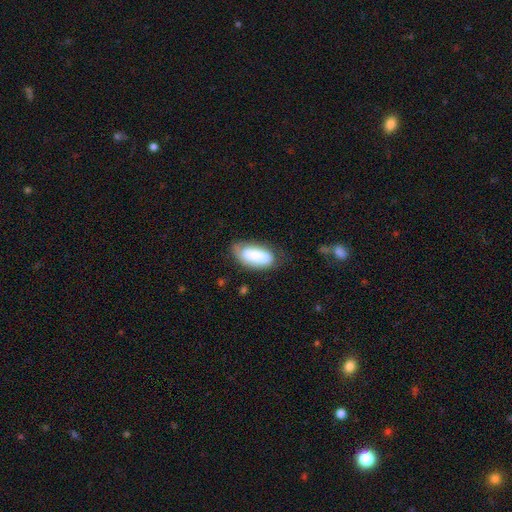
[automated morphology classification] Smooth or featured: smooth — 75% (featured or disk — 18%)
How rounded: in between — 82% (cigar-shaped — 15%)
Merging: none — 60% (minor disturbance — 27%)